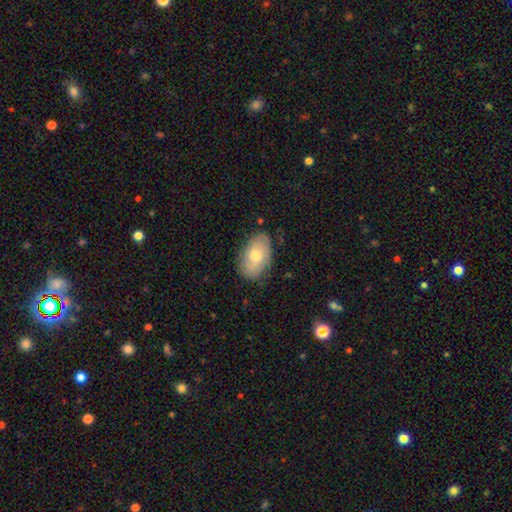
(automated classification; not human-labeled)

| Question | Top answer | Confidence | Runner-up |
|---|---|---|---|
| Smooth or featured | smooth | 56% | featured or disk (37%) |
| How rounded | in between | 91% | round (7%) |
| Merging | none | 77% | minor disturbance (18%) |